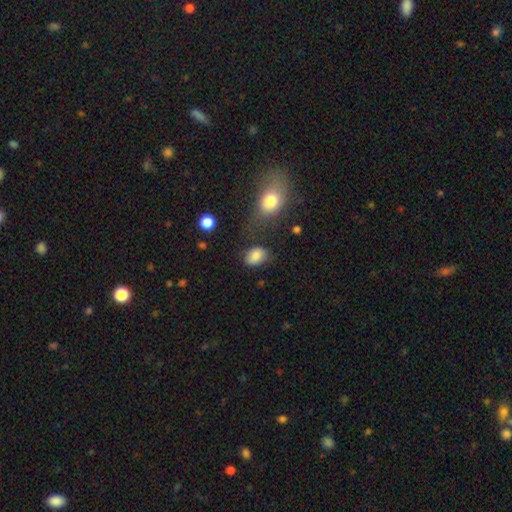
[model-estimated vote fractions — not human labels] Morphology: type=smooth (83%); roundness=in between (75%); merging=none (68%).